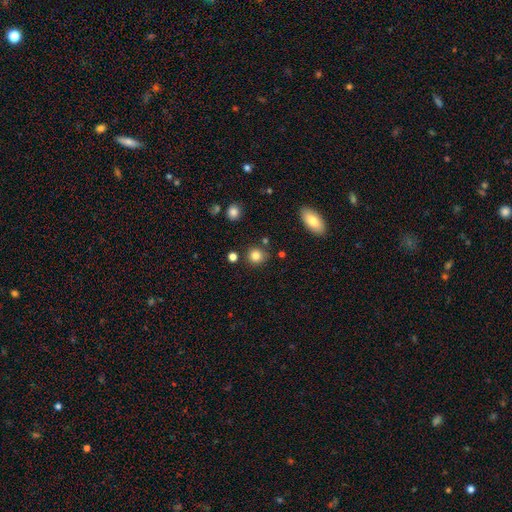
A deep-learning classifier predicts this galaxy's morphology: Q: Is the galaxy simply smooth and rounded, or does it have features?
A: smooth — 83%.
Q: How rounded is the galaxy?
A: round — 87%.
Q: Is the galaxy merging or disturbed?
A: none — 82%.